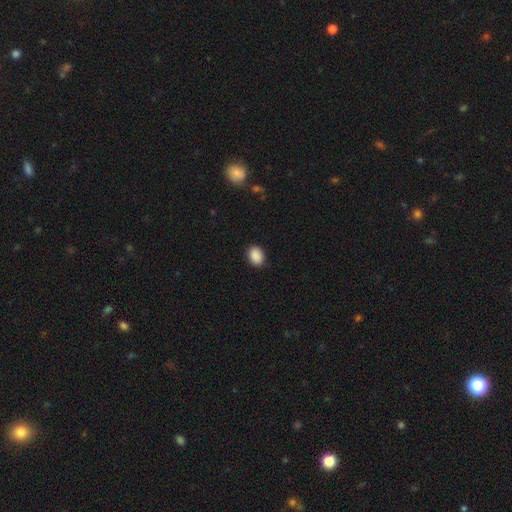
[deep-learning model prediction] Smooth or featured: smooth — 89% (star or artifact — 8%)
How rounded: in between — 67% (round — 32%)
Merging: none — 87% (minor disturbance — 10%)